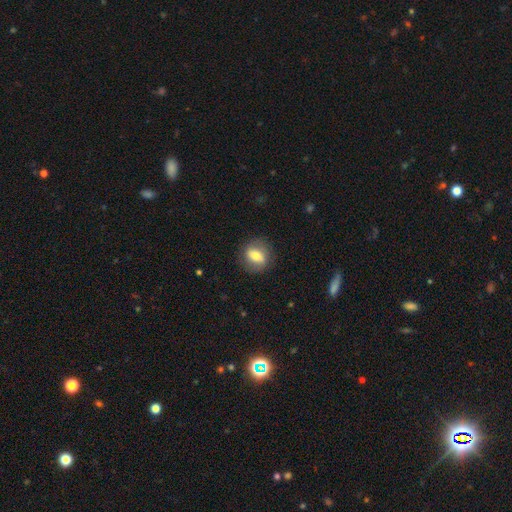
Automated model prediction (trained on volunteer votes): Overall: smooth (64%; featured or disk 28%). How rounded: round (52%; in between 45%). Merging: none (81%).